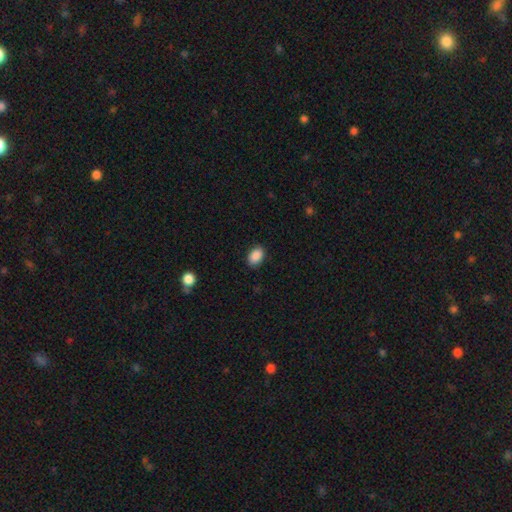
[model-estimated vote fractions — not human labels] smooth_or_featured: smooth (p=0.89) [alt: star or artifact p=0.08]
how_rounded: in between (p=0.84) [alt: round p=0.15]
merging: none (p=0.87) [alt: minor disturbance p=0.10]